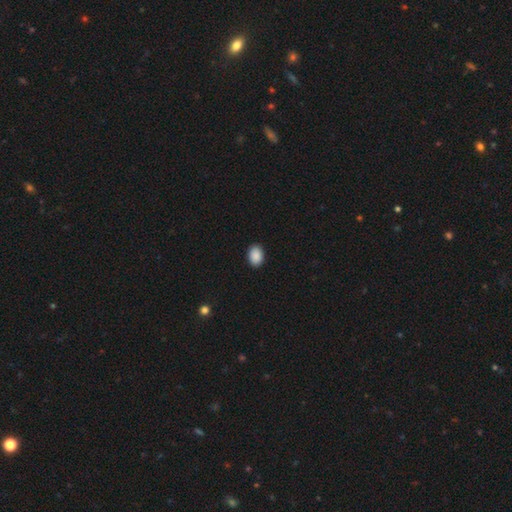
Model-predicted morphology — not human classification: Smooth or featured?
  - smooth: 90% *
  - star or artifact: 7%
  - featured or disk: 2%
How rounded?
  - in between: 79% *
  - round: 20%
  - cigar-shaped: 1%
Merging?
  - none: 91% *
  - minor disturbance: 7%
  - major disturbance: 2%
  - merger: 1%